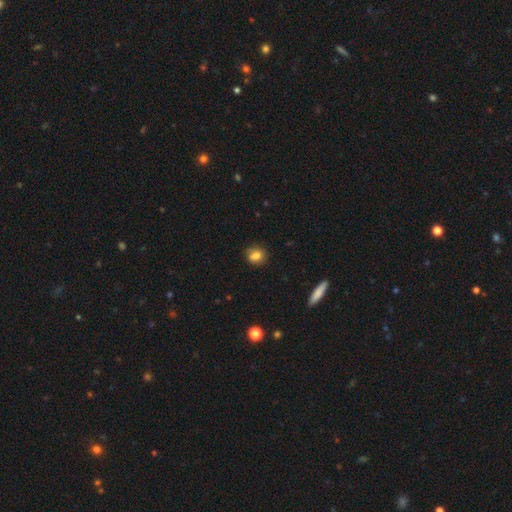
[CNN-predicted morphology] smooth-or-featured: smooth: 78% | featured or disk: 11% | star or artifact: 11%
  how-rounded: round: 64% | in between: 35% | cigar-shaped: 2%
  merging: none: 69% | minor disturbance: 21% | major disturbance: 5% | merger: 5%